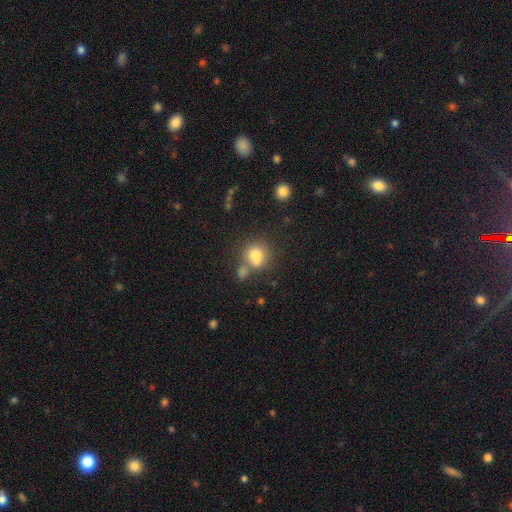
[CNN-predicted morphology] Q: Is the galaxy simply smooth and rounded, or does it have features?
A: smooth — 77%.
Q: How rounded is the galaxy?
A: round — 78%.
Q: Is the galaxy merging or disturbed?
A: none — 53%.